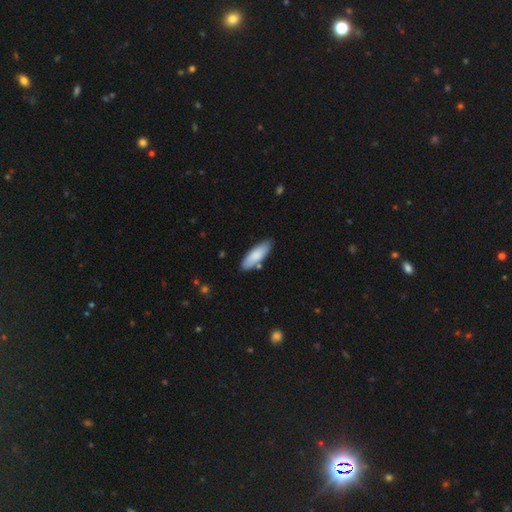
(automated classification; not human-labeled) The model was most divided on "how rounded": in between: 58%, cigar-shaped: 41%, round: 1%. More confident: smooth or featured — smooth (84%); merging — none (80%).